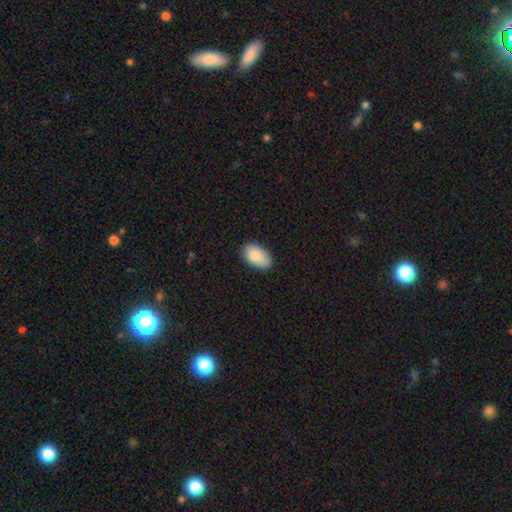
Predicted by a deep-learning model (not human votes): A smooth galaxy with no disk features (86%) that is in between round and cigar-shaped (93%).

Vote fractions:
- Smooth or featured? smooth: 86% / featured or disk: 7% / star or artifact: 7%
- How rounded? in between: 93% / round: 6% / cigar-shaped: 1%
- Merging? none: 81% / minor disturbance: 16% / major disturbance: 2% / merger: 1%